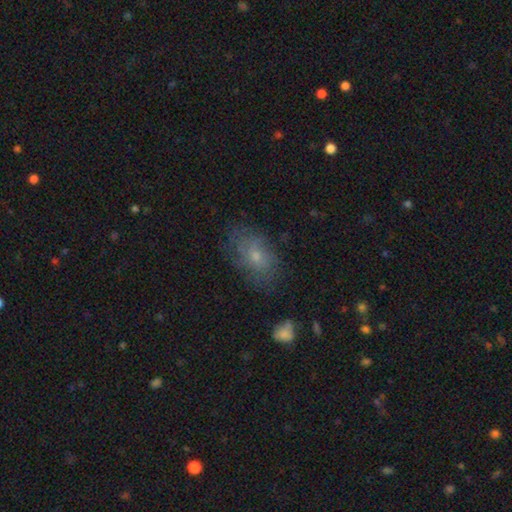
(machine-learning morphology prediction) Smooth or featured: smooth — 56% (featured or disk — 32%)
How rounded: in between — 84% (round — 14%)
Merging: none — 66% (minor disturbance — 22%)